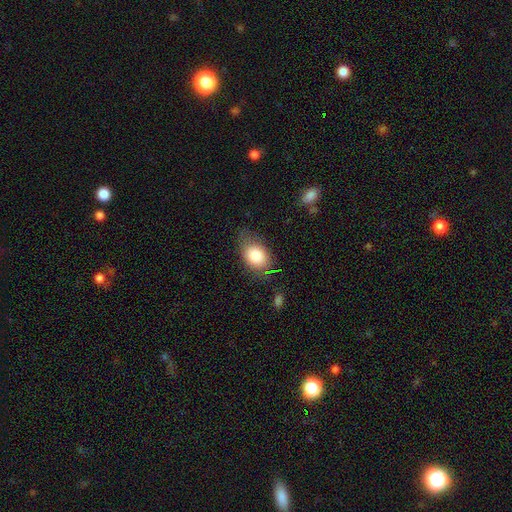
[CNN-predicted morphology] This is clearly a smooth galaxy (81%). How rounded: likely in between (75%). Merging: likely none (61%).